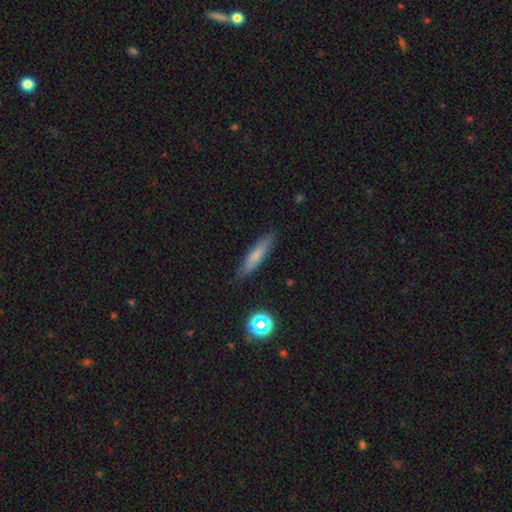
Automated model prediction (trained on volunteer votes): The model was most divided on "smooth or featured": smooth: 72%, featured or disk: 19%, star or artifact: 9%. More confident: merging — none (87%); how rounded — cigar-shaped (83%).